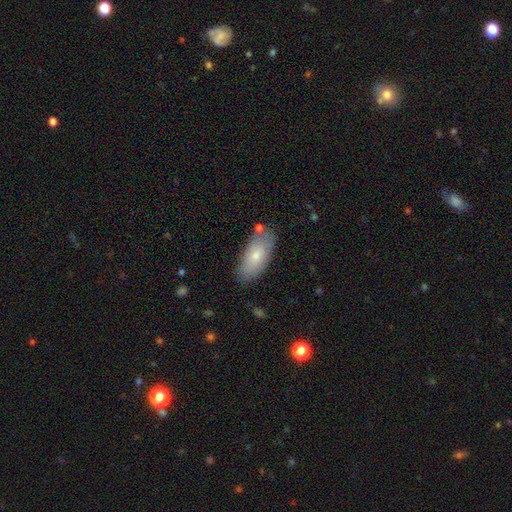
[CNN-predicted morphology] smooth 71%, featured or disk 22%, star or artifact 7%. Down the decision tree: how rounded — in between (89%); merging — none (76%).